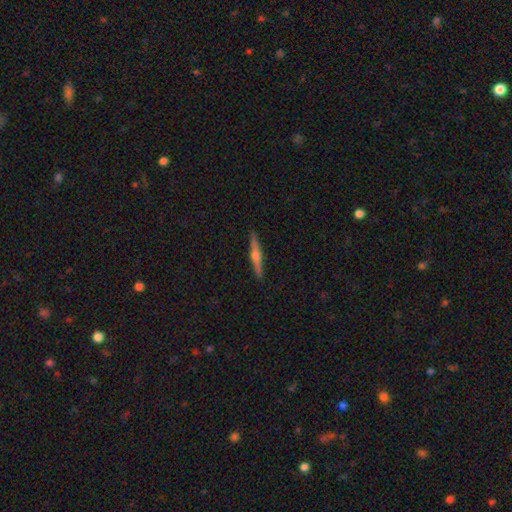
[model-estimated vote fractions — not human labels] Q: Smooth or featured?
A: featured or disk (75%); runner-up: smooth (19%)
Q: Edge-on disk?
A: yes (98%); runner-up: no (2%)
Q: Edge-on bulge?
A: rounded (90%); runner-up: boxy (5%)
Q: Merging?
A: none (92%); runner-up: minor disturbance (6%)